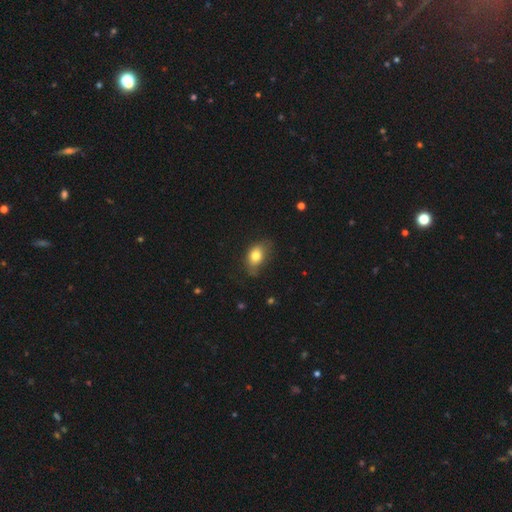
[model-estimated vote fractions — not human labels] A smooth galaxy with no disk features (78%) that is in between round and cigar-shaped (81%).

Vote fractions:
- Smooth or featured? smooth: 78% / featured or disk: 14% / star or artifact: 9%
- How rounded? in between: 81% / round: 17% / cigar-shaped: 2%
- Merging? none: 56% / minor disturbance: 32% / major disturbance: 10% / merger: 2%